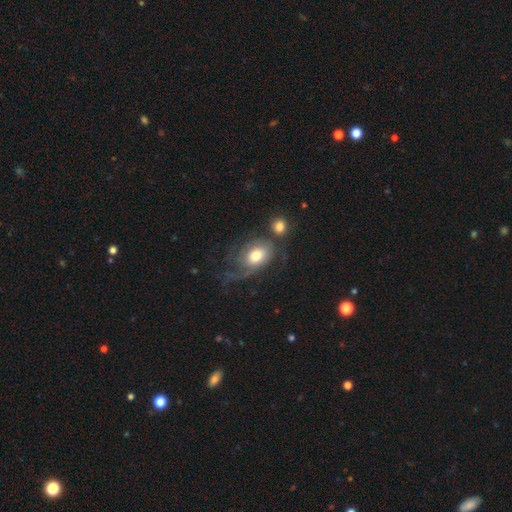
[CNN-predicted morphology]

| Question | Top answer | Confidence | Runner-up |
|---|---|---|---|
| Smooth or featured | smooth | 52% | featured or disk (40%) |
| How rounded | in between | 68% | round (30%) |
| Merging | none | 33% | major disturbance (31%) |